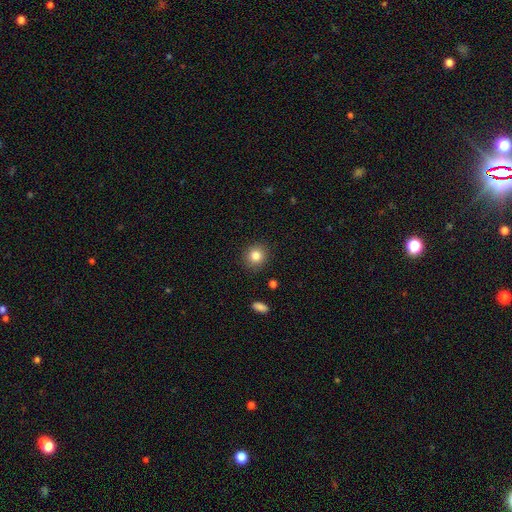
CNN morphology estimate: smooth_or_featured: smooth (p=0.84) [alt: star or artifact p=0.10]
how_rounded: round (p=0.89) [alt: in between p=0.10]
merging: none (p=0.90) [alt: minor disturbance p=0.07]